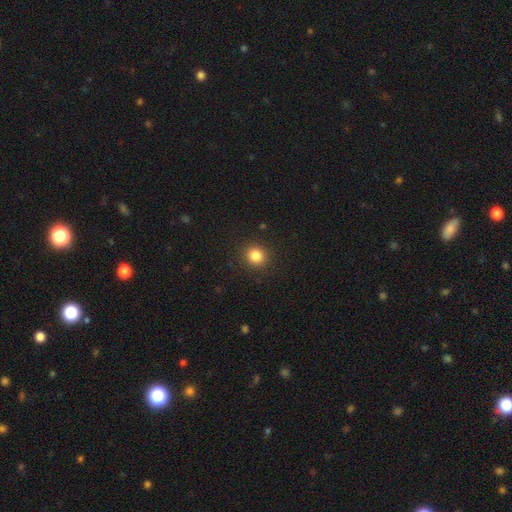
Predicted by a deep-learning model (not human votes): Overall: smooth (84%). How rounded: round (89%). Merging: none (91%).